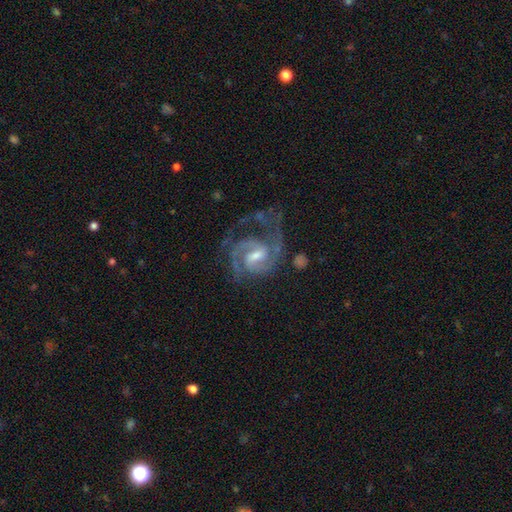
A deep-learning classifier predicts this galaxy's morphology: A featured or disk galaxy (91%) with a weak bar (59%), 2 (67%) medium (50%) spiral arms (98%) and a moderate central bulge (47%). Merging: none (55%).